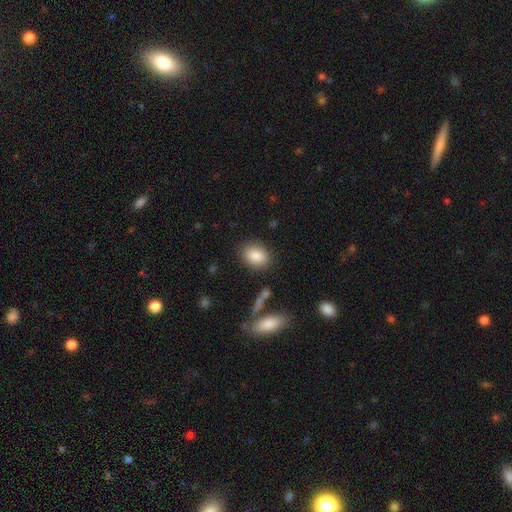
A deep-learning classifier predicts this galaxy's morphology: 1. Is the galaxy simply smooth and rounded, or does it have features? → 86% smooth, 8% star or artifact, 6% featured or disk.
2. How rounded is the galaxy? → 73% in between, 25% round, 2% cigar-shaped.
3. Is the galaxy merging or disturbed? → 84% none, 10% minor disturbance, 3% major disturbance, 3% merger.